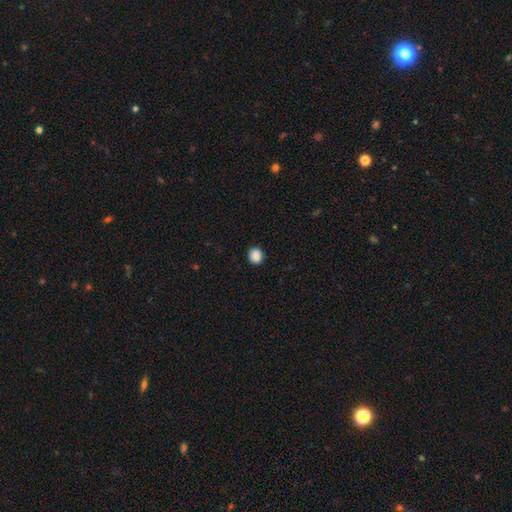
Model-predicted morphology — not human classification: A smooth galaxy with no disk features (88%) that is round (79%). Merging: none (90%).